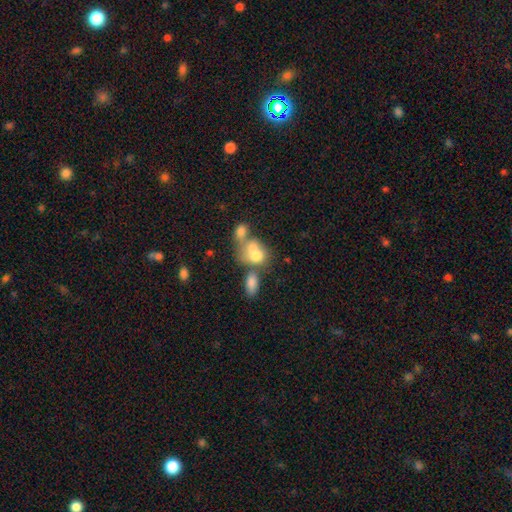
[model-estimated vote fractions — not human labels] Morphology: type=smooth (68%); roundness=in between (57%); merging=merger (61%).